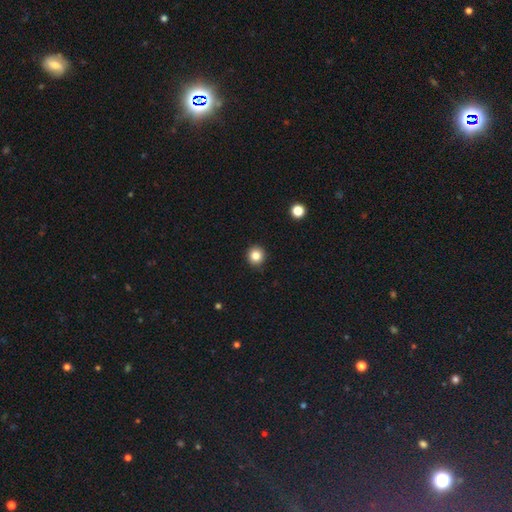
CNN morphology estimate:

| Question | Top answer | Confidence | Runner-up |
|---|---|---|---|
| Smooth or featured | smooth | 84% | star or artifact (11%) |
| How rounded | round | 93% | in between (6%) |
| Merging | none | 92% | minor disturbance (5%) |